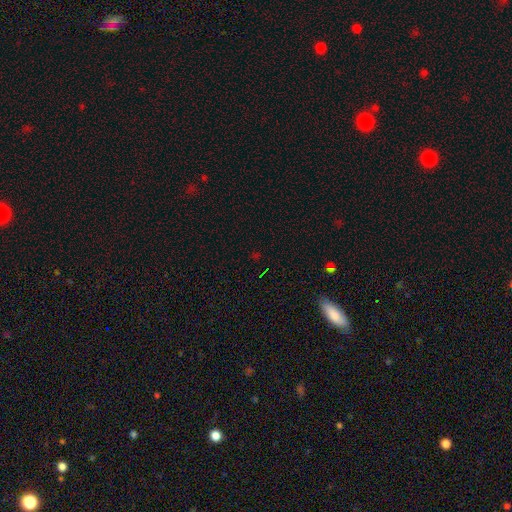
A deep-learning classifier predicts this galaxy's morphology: type=star or artifact (67%).